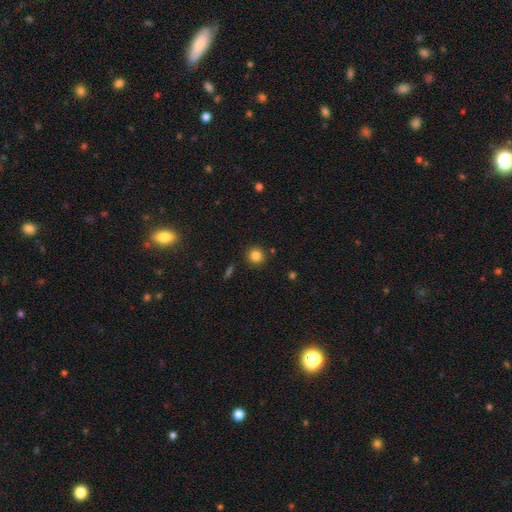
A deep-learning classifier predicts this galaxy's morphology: Overall: smooth (83%). How rounded: round (93%). Merging: none (89%).